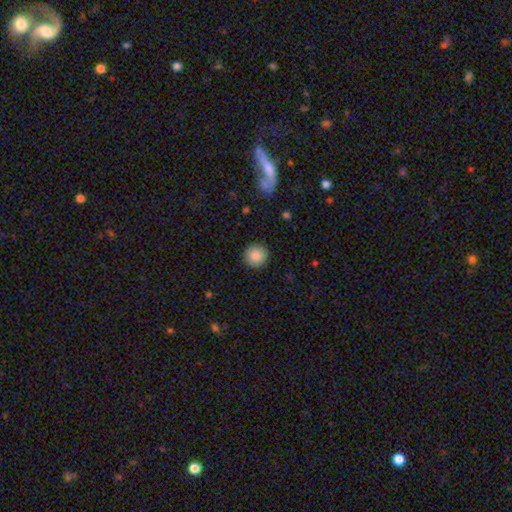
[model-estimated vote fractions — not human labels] Smooth or featured? smooth (87%)
How rounded? round (95%)
Merging? none (91%)